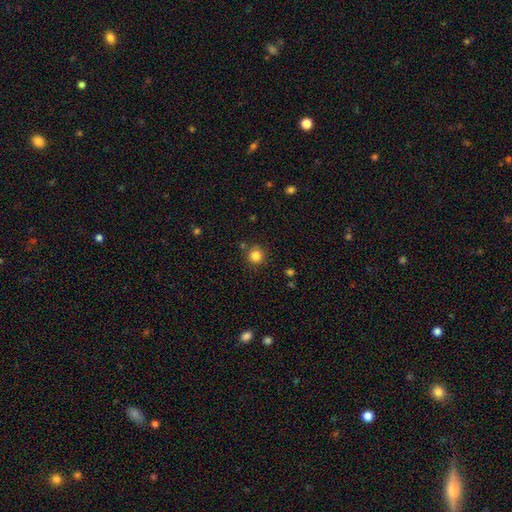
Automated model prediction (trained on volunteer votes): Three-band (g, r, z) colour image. It shows a smooth galaxy with no disk features (84%) that is round (93%). Merging: none (84%).